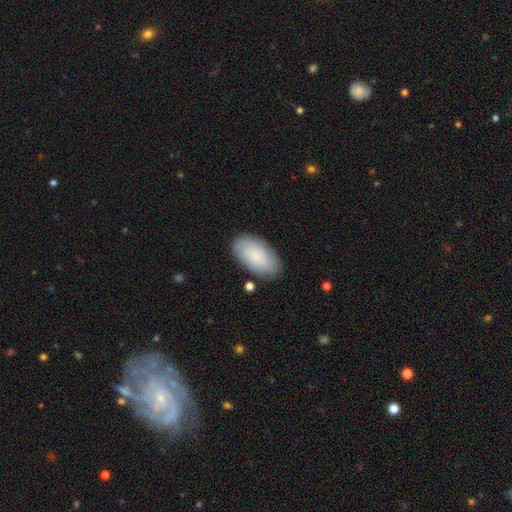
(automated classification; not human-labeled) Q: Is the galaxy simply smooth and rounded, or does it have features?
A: smooth — 81%.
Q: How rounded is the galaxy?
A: in between — 95%.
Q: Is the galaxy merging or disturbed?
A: none — 83%.